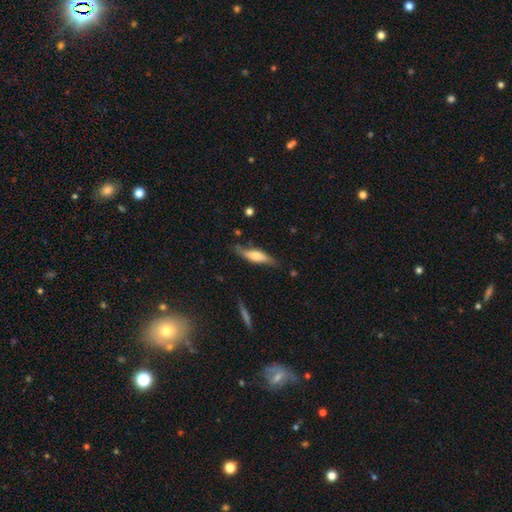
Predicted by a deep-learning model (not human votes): Smooth or featured? smooth (53%)
How rounded? cigar-shaped (63%)
Merging? none (69%)